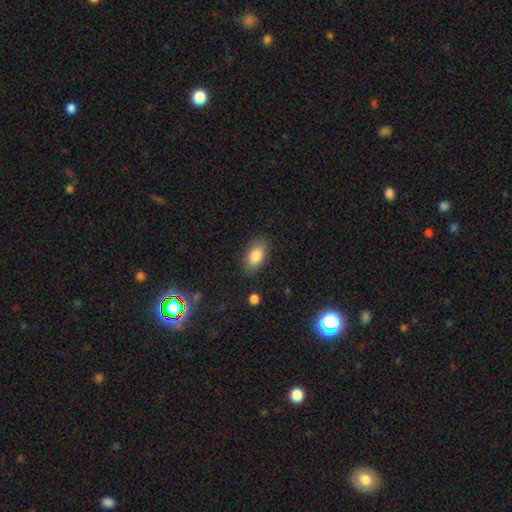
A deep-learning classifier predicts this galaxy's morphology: smooth_or_featured: smooth (p=0.85) [alt: featured or disk p=0.08]
how_rounded: in between (p=0.91) [alt: round p=0.05]
merging: none (p=0.85) [alt: minor disturbance p=0.11]